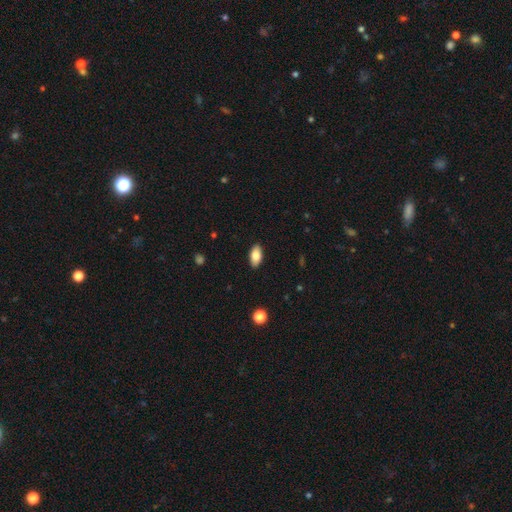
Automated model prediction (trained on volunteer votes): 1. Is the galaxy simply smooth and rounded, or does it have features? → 85% smooth, 8% featured or disk, 7% star or artifact.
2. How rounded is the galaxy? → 93% in between, 4% cigar-shaped, 3% round.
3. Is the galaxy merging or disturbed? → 89% none, 8% minor disturbance, 2% major disturbance, 1% merger.